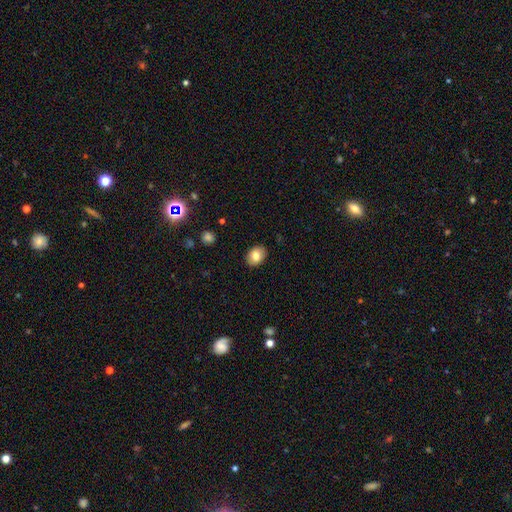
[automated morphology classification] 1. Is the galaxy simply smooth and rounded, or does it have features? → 80% smooth, 11% featured or disk, 8% star or artifact.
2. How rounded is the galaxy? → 73% in between, 26% round, 1% cigar-shaped.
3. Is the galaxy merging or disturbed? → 88% none, 9% minor disturbance, 2% major disturbance, 1% merger.